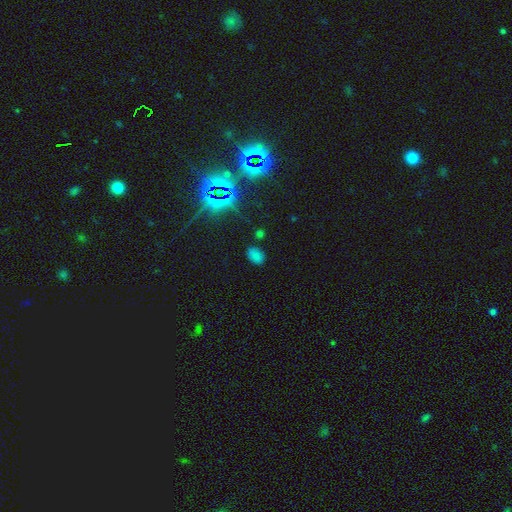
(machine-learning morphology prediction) smooth_or_featured: smooth (p=0.68) [alt: star or artifact p=0.26]
how_rounded: in between (p=0.84) [alt: round p=0.15]
merging: none (p=0.80) [alt: minor disturbance p=0.14]